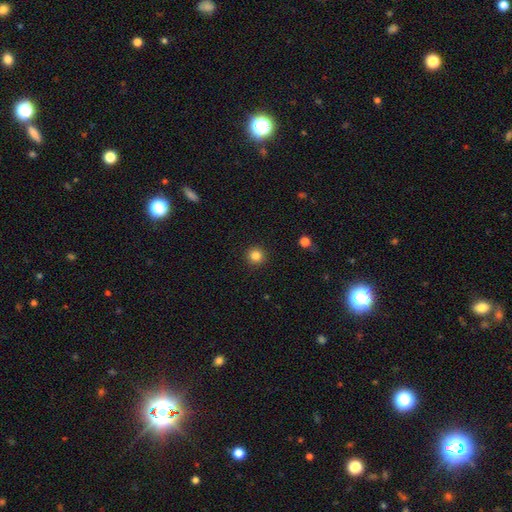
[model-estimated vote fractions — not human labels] smooth_or_featured: smooth (p=0.84) [alt: star or artifact p=0.12]
how_rounded: round (p=0.95) [alt: in between p=0.04]
merging: none (p=0.92) [alt: minor disturbance p=0.05]